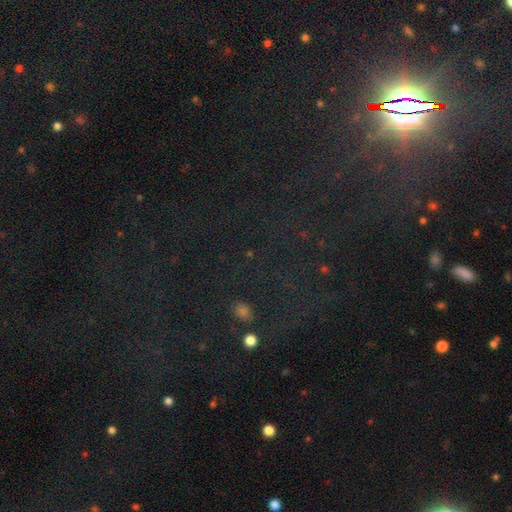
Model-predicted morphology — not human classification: star or artifact 77%, smooth 12%, featured or disk 10%.